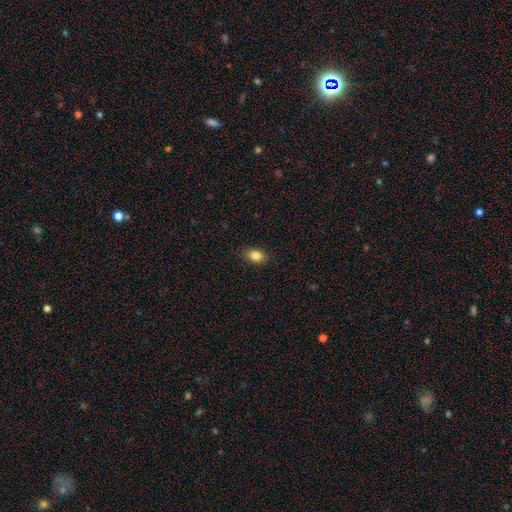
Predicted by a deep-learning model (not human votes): A smooth galaxy with no disk features (85%) that is in between round and cigar-shaped (82%).

Vote fractions:
- Smooth or featured? smooth: 85% / star or artifact: 9% / featured or disk: 6%
- How rounded? in between: 82% / round: 16% / cigar-shaped: 2%
- Merging? none: 88% / minor disturbance: 9% / major disturbance: 2% / merger: 1%